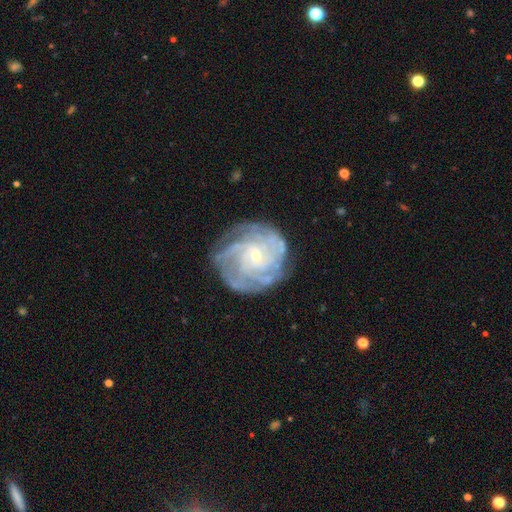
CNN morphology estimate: The model was most divided on "spiral arm count": 4: 27%, can't tell: 26%, 3: 16%, more than 4: 14%, 2: 10%, 1: 7%. More confident: edge-on disk — no (98%); spiral arms — yes (96%); smooth or featured — featured or disk (87%); bulge size — small (77%); merging — none (77%); spiral winding — tight (73%); bar — no (68%).